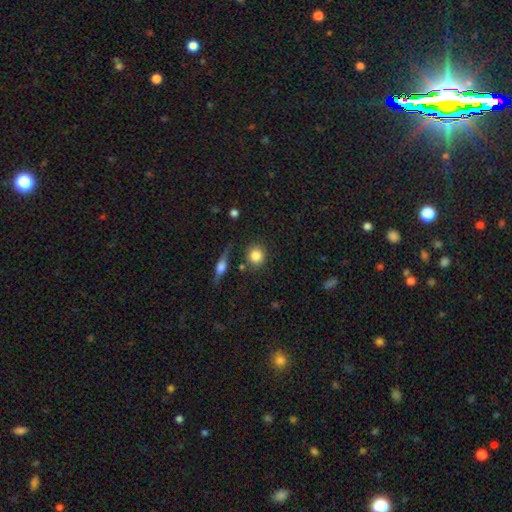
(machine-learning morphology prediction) type=smooth (83%); roundness=round (89%); merging=none (81%).